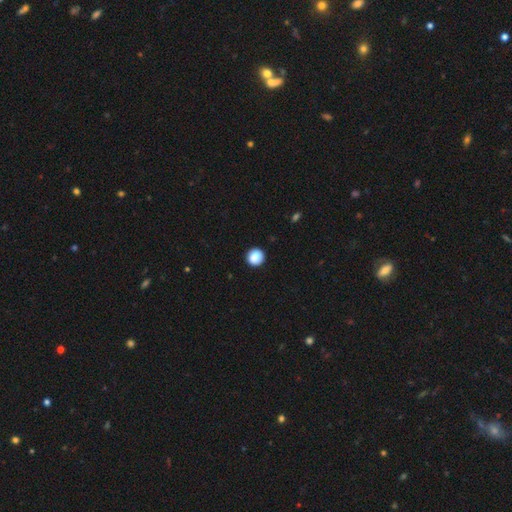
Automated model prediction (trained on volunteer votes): smooth-or-featured: smooth: 86% | star or artifact: 8% | featured or disk: 6%
  how-rounded: round: 91% | in between: 8% | cigar-shaped: 1%
  merging: none: 91% | minor disturbance: 6% | major disturbance: 2% | merger: 1%